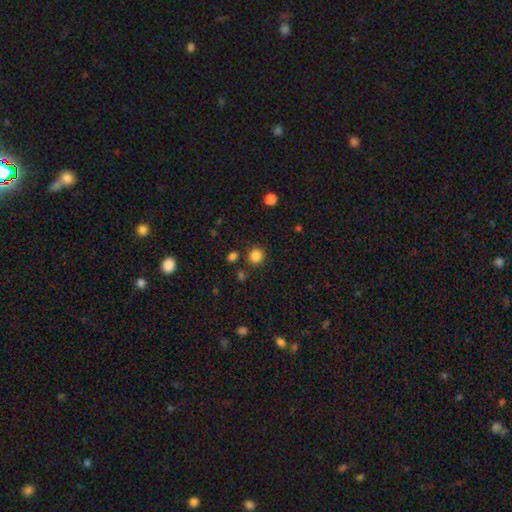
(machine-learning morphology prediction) type=smooth (84%); roundness=round (90%); merging=none (85%).